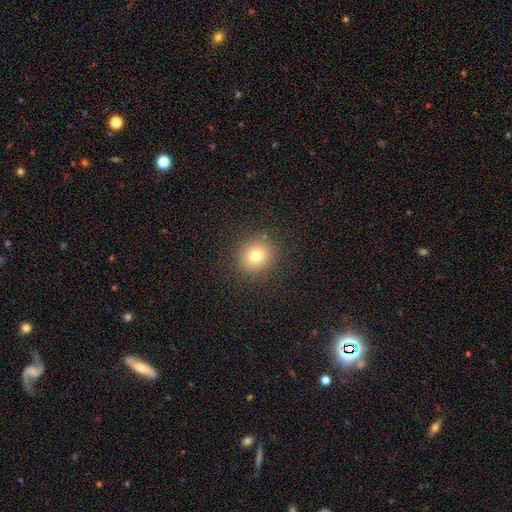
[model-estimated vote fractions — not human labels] Morphology: type=smooth (75%); roundness=round (88%); merging=none (89%).